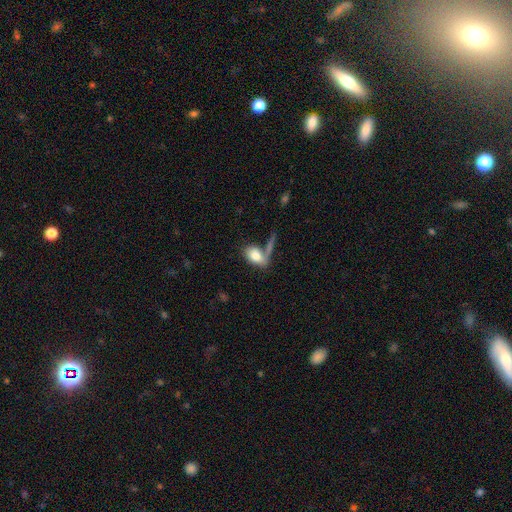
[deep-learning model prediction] Smooth or featured: smooth — 78% (featured or disk — 15%)
How rounded: in between — 88% (round — 9%)
Merging: none — 45% (merger — 27%)